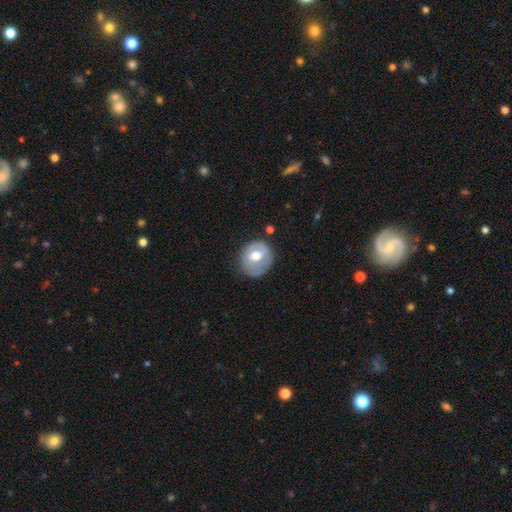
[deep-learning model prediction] smooth 51%, featured or disk 43%, star or artifact 7%. Down the decision tree: how rounded — round (80%); merging — none (69%).